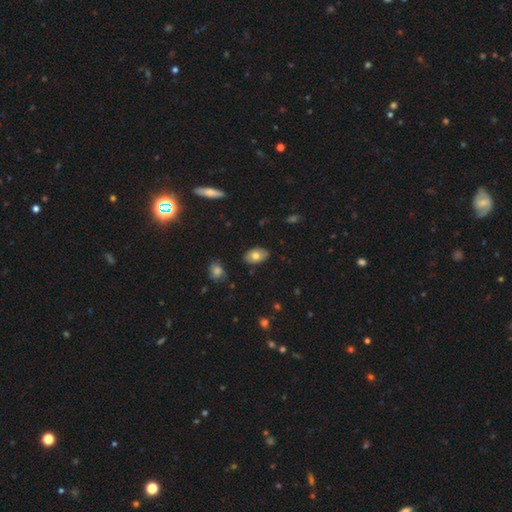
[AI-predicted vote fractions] Smooth or featured?
  - smooth: 74% *
  - featured or disk: 18%
  - star or artifact: 8%
How rounded?
  - in between: 90% *
  - round: 8%
  - cigar-shaped: 1%
Merging?
  - none: 82% *
  - minor disturbance: 14%
  - major disturbance: 2%
  - merger: 2%